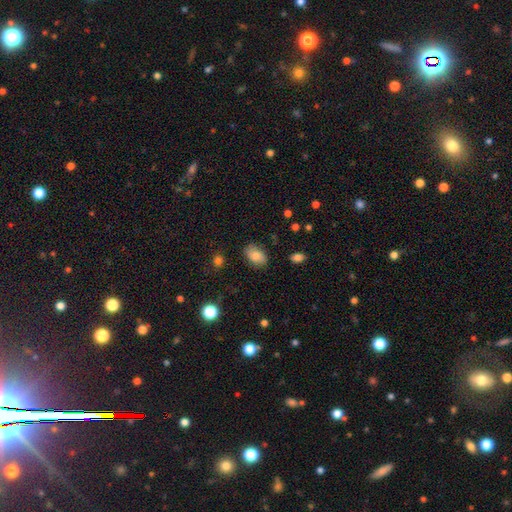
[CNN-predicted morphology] smooth-or-featured: smooth: 81% | featured or disk: 11% | star or artifact: 8%
  how-rounded: in between: 88% | round: 10% | cigar-shaped: 1%
  merging: none: 79% | minor disturbance: 16% | major disturbance: 4% | merger: 2%